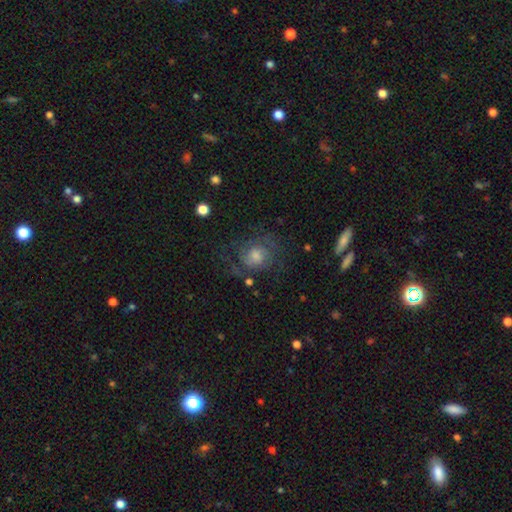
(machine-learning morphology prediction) Overall: featured or disk (67%). Edge-on disk: no (97%). Bar: no (66%; weak 29%). Spiral arms: yes (87%). Spiral arm count: 2 (51%; can't tell 27%). Spiral winding: medium (44%; tight 39%). Bulge size: moderate (48%; small 28%). Merging: none (65%).